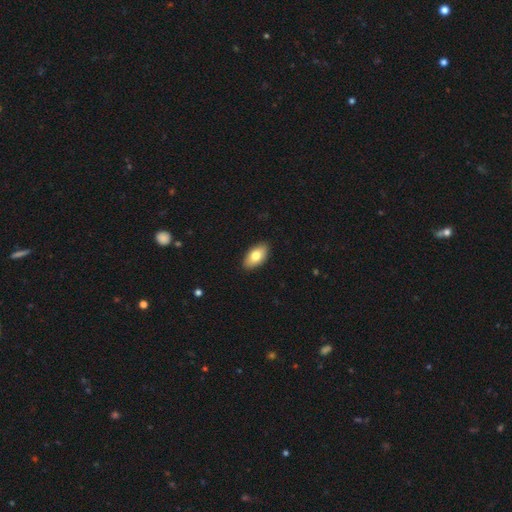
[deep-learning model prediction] Q: Smooth or featured?
A: smooth (77%); runner-up: featured or disk (17%)
Q: How rounded?
A: in between (93%); runner-up: round (4%)
Q: Merging?
A: none (90%); runner-up: minor disturbance (8%)